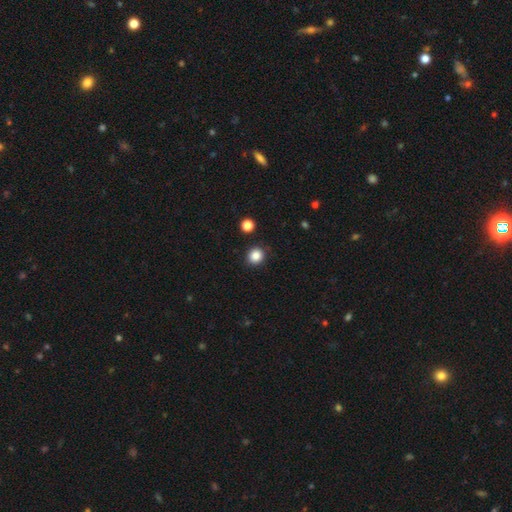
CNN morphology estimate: smooth_or_featured: smooth (p=0.85) [alt: star or artifact p=0.11]
how_rounded: round (p=0.87) [alt: in between p=0.12]
merging: none (p=0.89) [alt: minor disturbance p=0.07]